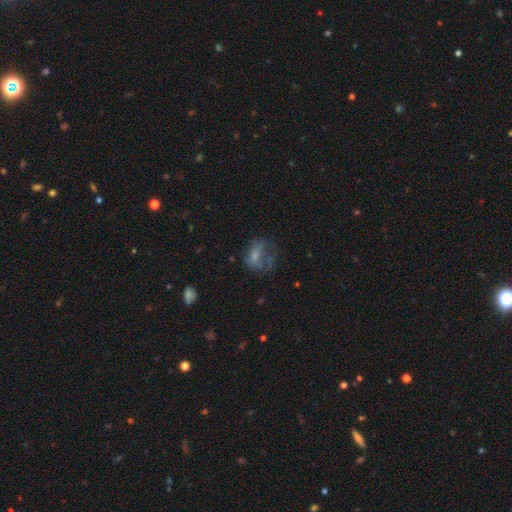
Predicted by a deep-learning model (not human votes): Q: Smooth or featured?
A: smooth (54%); runner-up: featured or disk (33%)
Q: How rounded?
A: in between (65%); runner-up: round (33%)
Q: Merging?
A: major disturbance (40%); runner-up: none (33%)